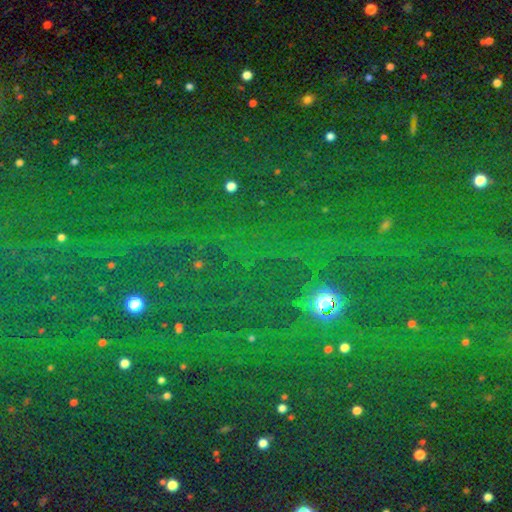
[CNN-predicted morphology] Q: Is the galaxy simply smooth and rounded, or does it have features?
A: star or artifact — 81%.